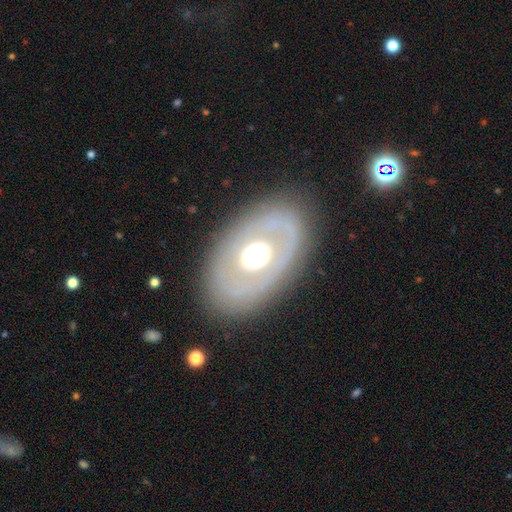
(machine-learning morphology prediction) type=featured or disk (59%); edge-on=no (90%); bar=no (89%); spiral arms=no (88%); bulge=moderate (53%); merging=none (82%).